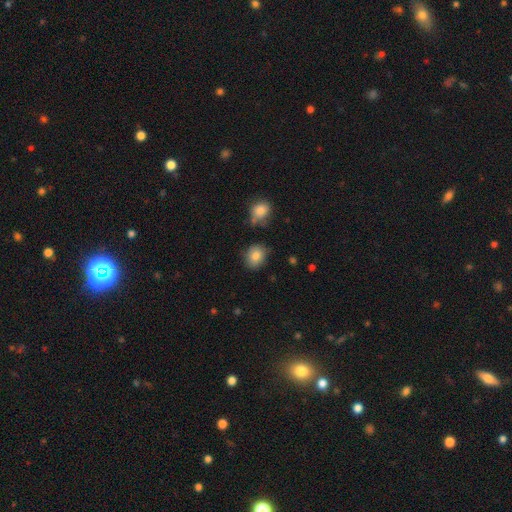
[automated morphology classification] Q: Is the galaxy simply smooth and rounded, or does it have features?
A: smooth — 83%.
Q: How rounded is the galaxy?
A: round — 60%.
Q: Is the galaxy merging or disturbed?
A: none — 78%.